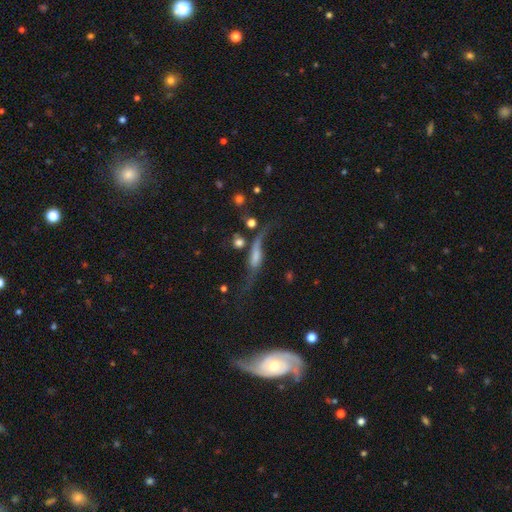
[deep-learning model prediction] A featured or disk galaxy (63%).

Vote fractions:
- Smooth or featured? featured or disk: 63% / smooth: 26% / star or artifact: 10%
- Edge-on disk? no: 71% / yes: 29%
- Merging? none: 41% / major disturbance: 28% / minor disturbance: 20% / merger: 11%